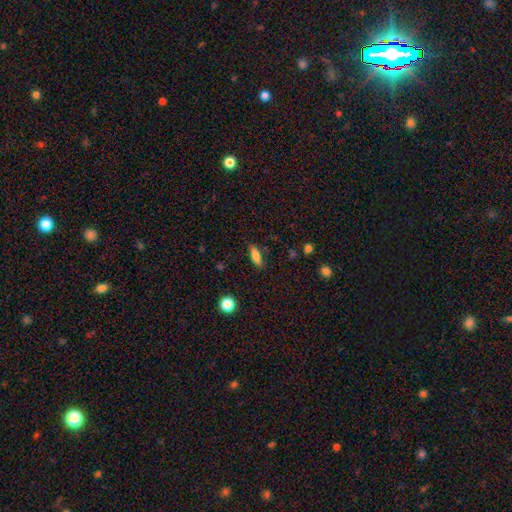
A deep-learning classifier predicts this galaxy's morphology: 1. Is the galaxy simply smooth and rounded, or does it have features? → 81% smooth, 11% featured or disk, 9% star or artifact.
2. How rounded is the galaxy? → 61% in between, 36% cigar-shaped, 3% round.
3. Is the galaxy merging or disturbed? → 84% none, 12% minor disturbance, 3% major disturbance, 2% merger.